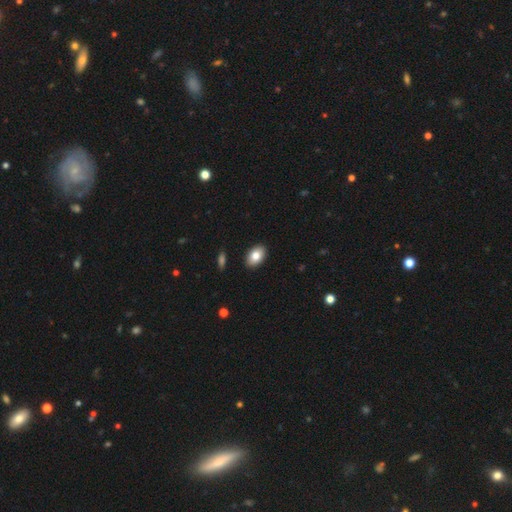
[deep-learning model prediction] smooth-or-featured: smooth: 81% | featured or disk: 11% | star or artifact: 7%
  how-rounded: in between: 89% | round: 10% | cigar-shaped: 1%
  merging: none: 90% | minor disturbance: 7% | major disturbance: 2% | merger: 1%